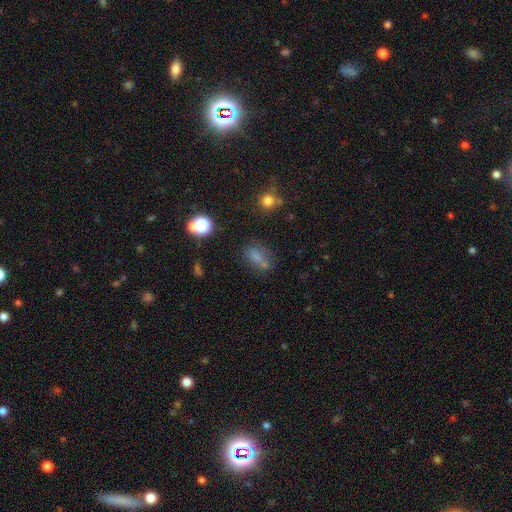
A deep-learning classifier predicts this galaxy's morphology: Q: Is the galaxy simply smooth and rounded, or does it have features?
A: smooth — 56%.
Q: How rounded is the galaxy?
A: in between — 68%.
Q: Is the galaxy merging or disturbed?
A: none — 58%.